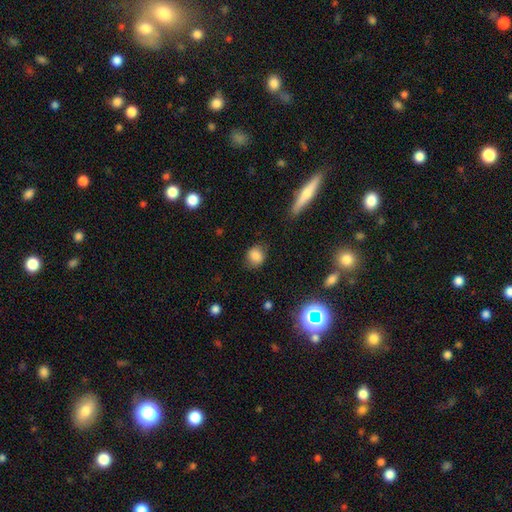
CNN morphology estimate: smooth-or-featured: smooth: 80% | star or artifact: 12% | featured or disk: 8%
  how-rounded: round: 72% | in between: 27% | cigar-shaped: 2%
  merging: none: 74% | minor disturbance: 18% | major disturbance: 6% | merger: 2%